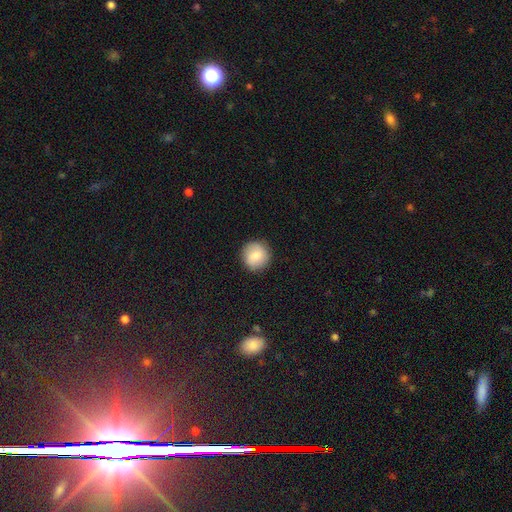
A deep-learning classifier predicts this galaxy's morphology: Smooth or featured?
  - smooth: 81% *
  - featured or disk: 11%
  - star or artifact: 8%
How rounded?
  - round: 94% *
  - in between: 5%
  - cigar-shaped: 1%
Merging?
  - none: 90% *
  - minor disturbance: 7%
  - major disturbance: 2%
  - merger: 1%